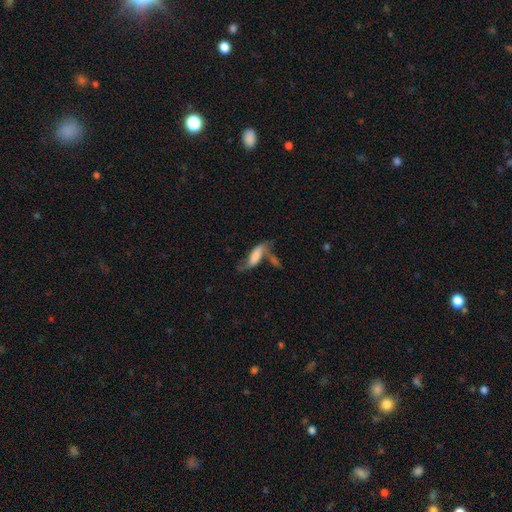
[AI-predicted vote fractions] Morphology: type=smooth (56%); roundness=in between (56%); merging=none (34%).